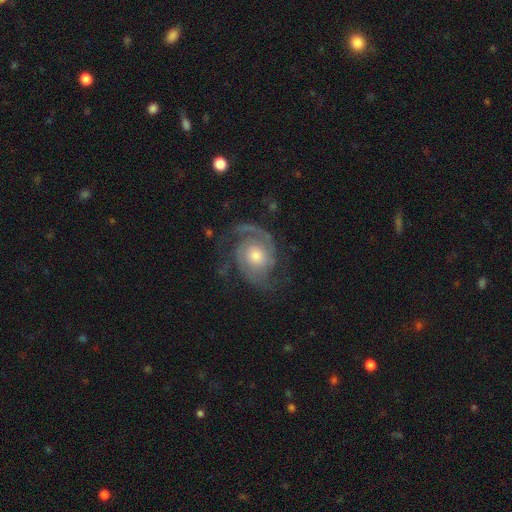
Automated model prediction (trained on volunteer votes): Q: Smooth or featured?
A: featured or disk (89%); runner-up: smooth (6%)
Q: Edge-on disk?
A: no (98%); runner-up: yes (2%)
Q: Bar?
A: no (72%); runner-up: weak (23%)
Q: Spiral arms?
A: yes (97%); runner-up: no (3%)
Q: Spiral winding?
A: tight (44%); tied with: medium (44%)
Q: Spiral arm count?
A: 2 (82%); runner-up: 3 (6%)
Q: Bulge size?
A: moderate (60%); runner-up: small (28%)
Q: Merging?
A: none (72%); runner-up: minor disturbance (17%)